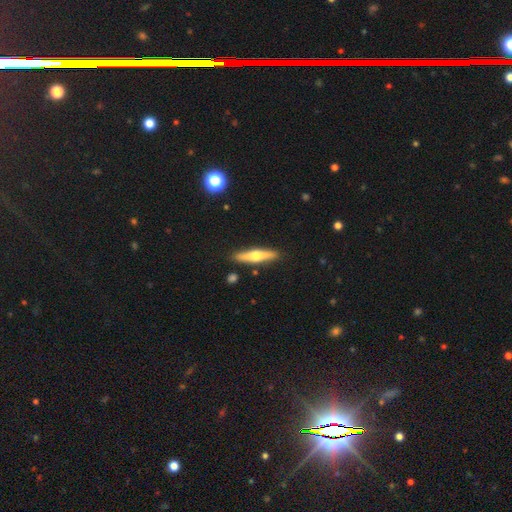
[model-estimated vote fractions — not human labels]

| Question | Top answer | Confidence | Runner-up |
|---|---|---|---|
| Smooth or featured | featured or disk | 51% | smooth (44%) |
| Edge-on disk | yes | 93% | no (7%) |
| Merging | none | 88% | minor disturbance (8%) |